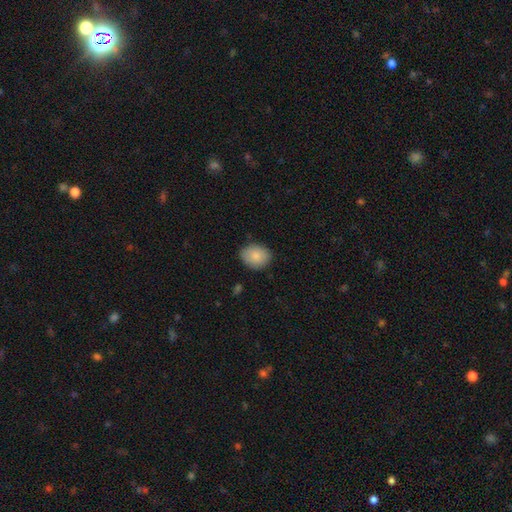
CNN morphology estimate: A smooth galaxy with no disk features (87%) that is round (50%). Merging: none (83%).